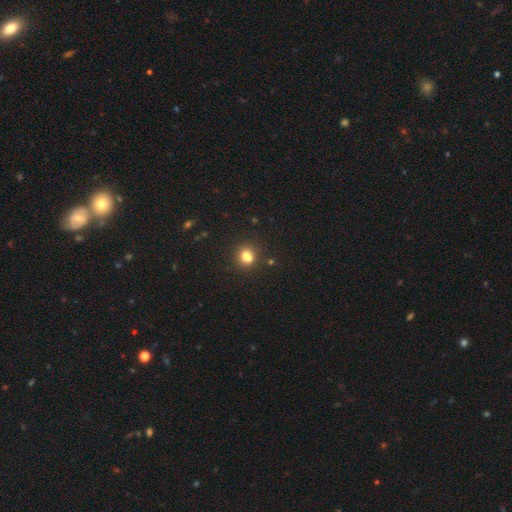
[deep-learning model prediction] This is likely a smooth galaxy (66%). How rounded: clearly round (95%). Merging: clearly none (91%).